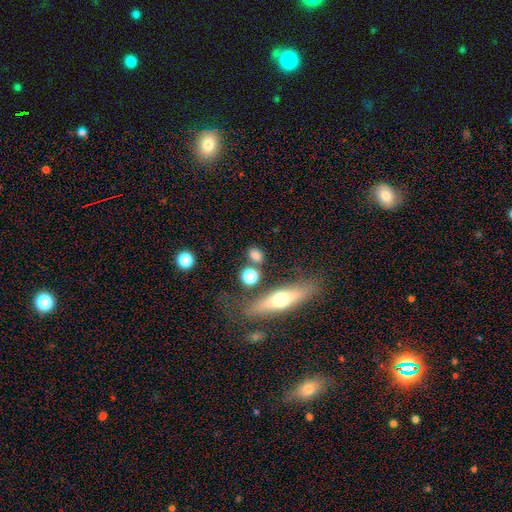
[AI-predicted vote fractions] Overall: smooth (74%). How rounded: in between (45%; round 44%). Merging: none (75%).